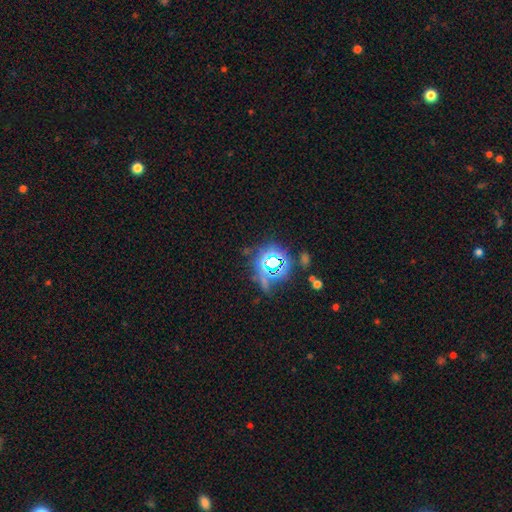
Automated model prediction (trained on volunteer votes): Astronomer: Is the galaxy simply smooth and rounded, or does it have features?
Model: star or artifact — 54% (runner-up: smooth, 31%).